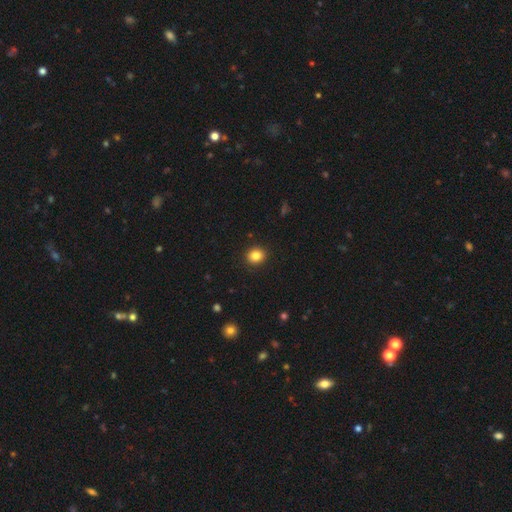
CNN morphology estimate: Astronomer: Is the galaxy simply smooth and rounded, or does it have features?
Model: smooth — 84%.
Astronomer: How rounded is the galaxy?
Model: round — 79%.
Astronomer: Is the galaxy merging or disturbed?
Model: none — 91%.